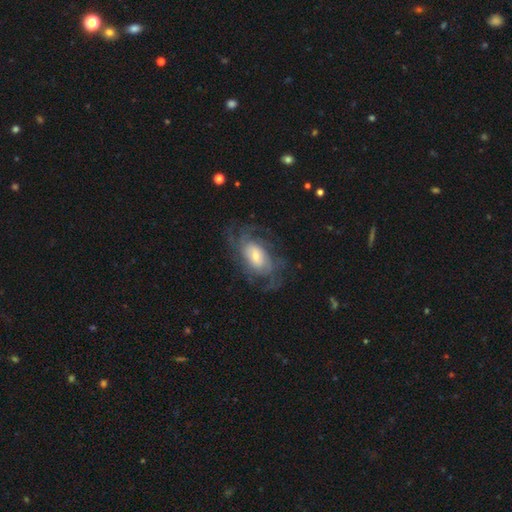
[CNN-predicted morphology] This appears to be a featured or disk galaxy (75%) with no bar (58%), tight (48%) spiral arms (88%) and a small central bulge (42%). Merging: none (66%).